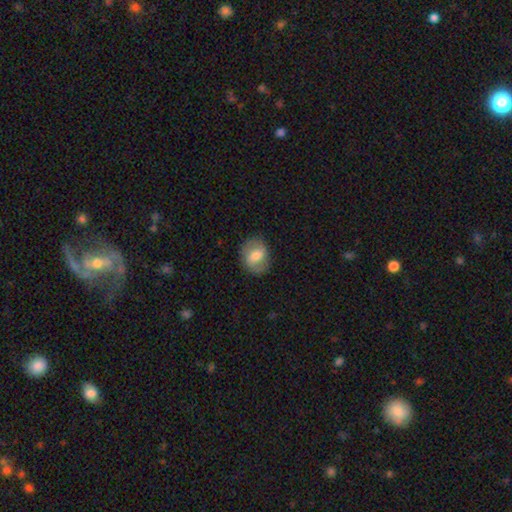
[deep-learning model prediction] smooth-or-featured: smooth: 59% | featured or disk: 34% | star or artifact: 7%
  how-rounded: in between: 51% | round: 48% | cigar-shaped: 1%
  merging: none: 81% | minor disturbance: 13% | major disturbance: 5% | merger: 1%